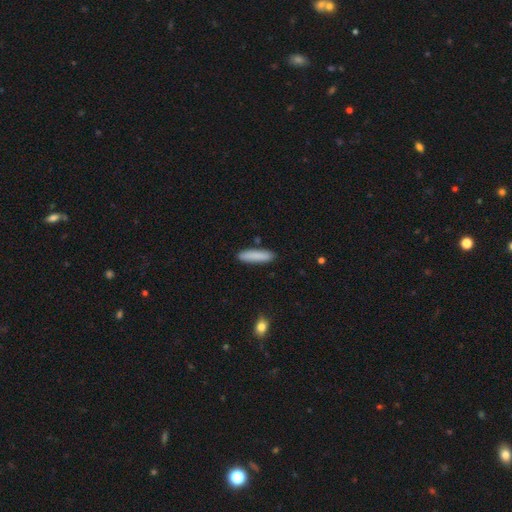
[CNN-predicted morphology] Q: Smooth or featured?
A: smooth (87%); runner-up: featured or disk (7%)
Q: How rounded?
A: cigar-shaped (81%); runner-up: in between (18%)
Q: Merging?
A: none (88%); runner-up: minor disturbance (8%)